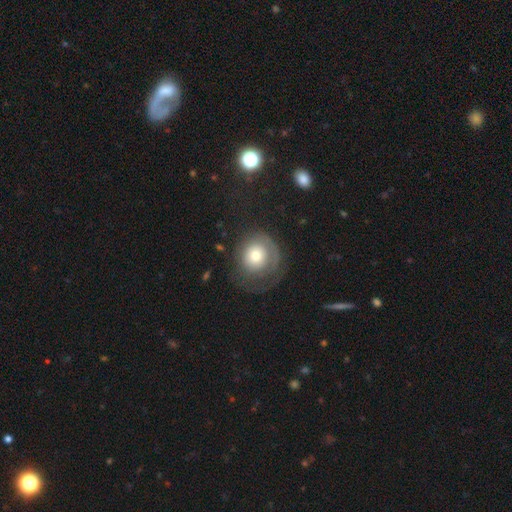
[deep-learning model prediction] Smooth or featured?
  - smooth: 52% *
  - featured or disk: 39%
  - star or artifact: 9%
How rounded?
  - round: 84% *
  - in between: 15%
  - cigar-shaped: 1%
Merging?
  - none: 54% *
  - major disturbance: 25%
  - minor disturbance: 19%
  - merger: 2%